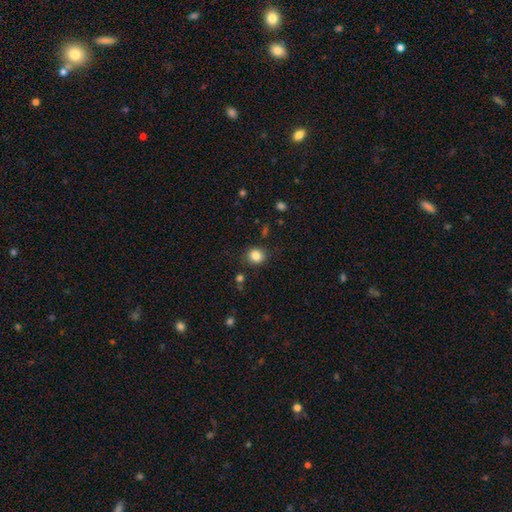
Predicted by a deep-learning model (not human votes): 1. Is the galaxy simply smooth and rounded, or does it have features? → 84% smooth, 11% star or artifact, 5% featured or disk.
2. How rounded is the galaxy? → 82% round, 17% in between, 1% cigar-shaped.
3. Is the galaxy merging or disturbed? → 86% none, 9% minor disturbance, 3% major disturbance, 2% merger.